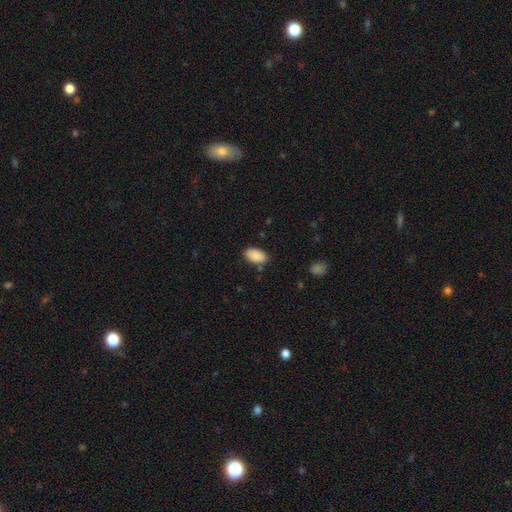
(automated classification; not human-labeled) The model was most divided on "merging": none: 82%, minor disturbance: 13%, major disturbance: 3%, merger: 2%. More confident: how rounded — in between (94%); smooth or featured — smooth (89%).